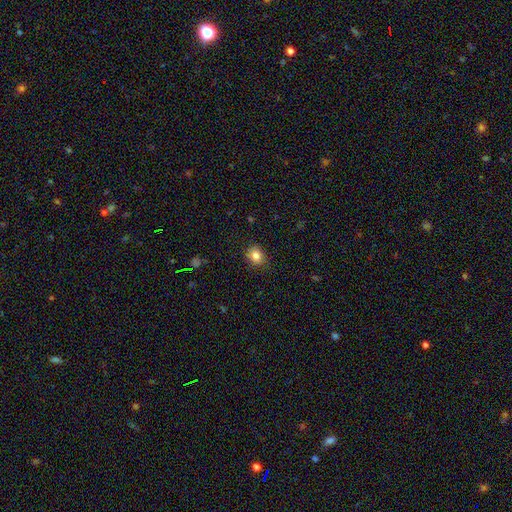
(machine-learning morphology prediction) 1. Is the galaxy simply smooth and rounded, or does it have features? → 83% smooth, 11% star or artifact, 6% featured or disk.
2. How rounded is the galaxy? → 62% round, 37% in between, 1% cigar-shaped.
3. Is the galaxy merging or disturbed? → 85% none, 12% minor disturbance, 3% major disturbance, 1% merger.